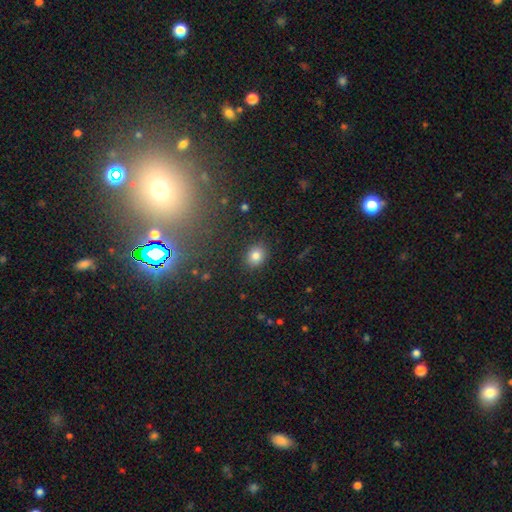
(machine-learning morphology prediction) smooth 82%, star or artifact 11%, featured or disk 7%. Down the decision tree: how rounded — round (59%); merging — none (88%).